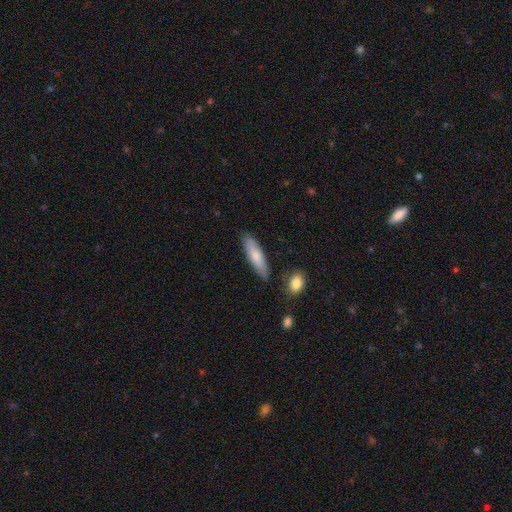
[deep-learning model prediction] smooth_or_featured: smooth (p=0.76) [alt: featured or disk p=0.19]
how_rounded: cigar-shaped (p=0.67) [alt: in between p=0.31]
merging: none (p=0.81) [alt: minor disturbance p=0.13]